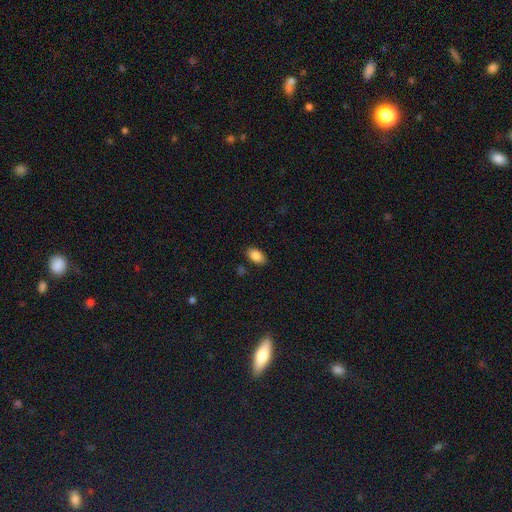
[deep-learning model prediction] This is clearly a smooth galaxy (87%). How rounded: clearly in between (93%). Merging: clearly none (85%).